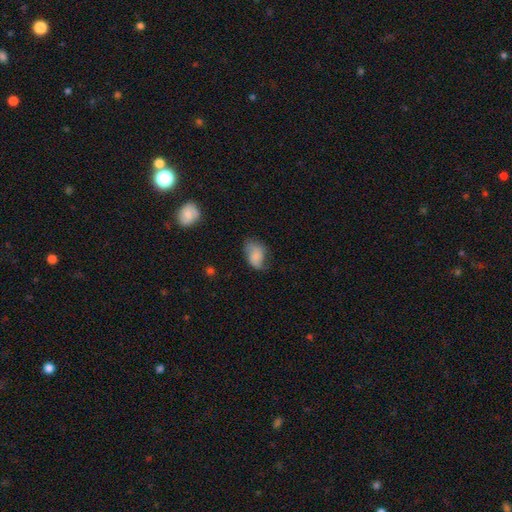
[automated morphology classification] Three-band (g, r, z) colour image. It shows a smooth galaxy with no disk features (66%) that is in between round and cigar-shaped (88%). Merging: none (47%).